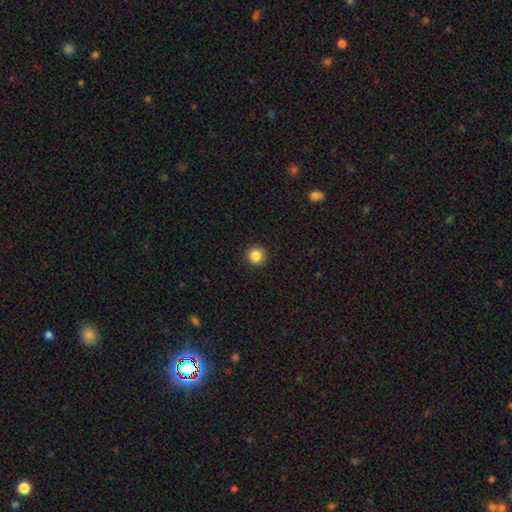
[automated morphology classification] A smooth galaxy with no disk features (85%) that is round (95%). Merging: none (93%).